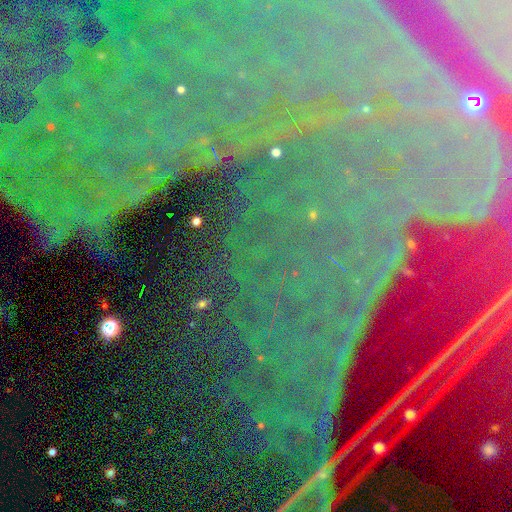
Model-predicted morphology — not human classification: star or artifact 84%, featured or disk 9%, smooth 7%.